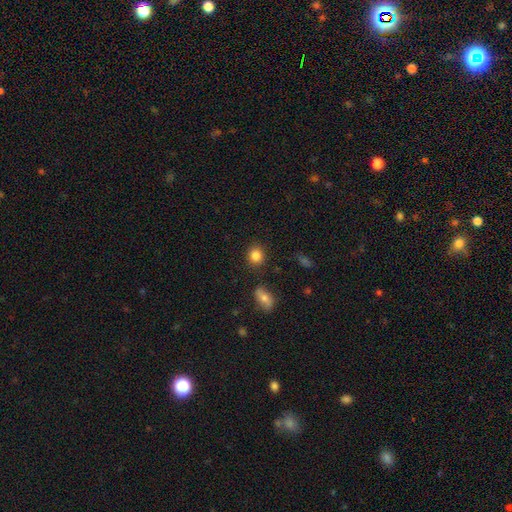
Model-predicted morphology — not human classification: This appears to be a smooth galaxy with no disk features (85%) that is round (78%). Merging: none (85%).